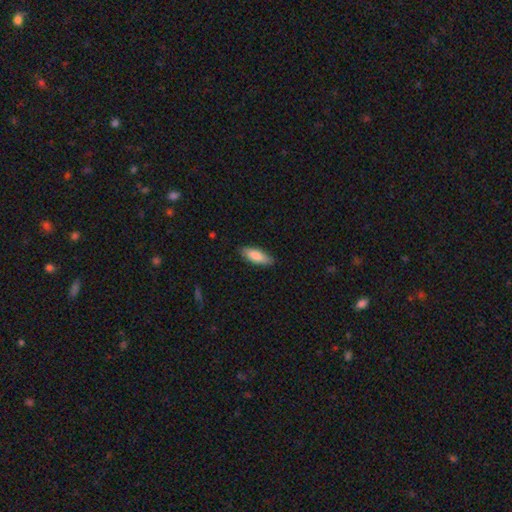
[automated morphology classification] type=smooth (84%); roundness=in between (67%); merging=none (86%).